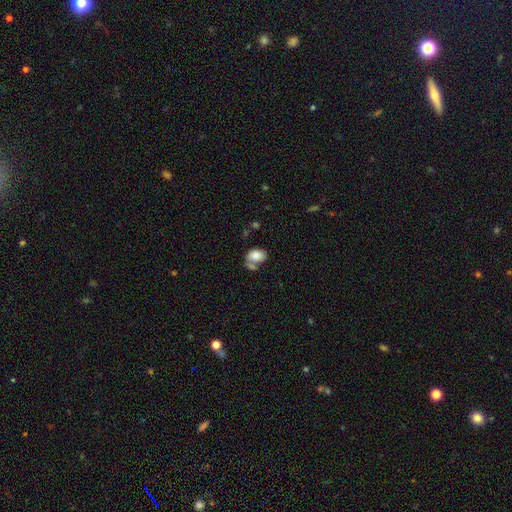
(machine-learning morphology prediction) Smooth or featured: smooth — 83% (featured or disk — 9%)
How rounded: in between — 85% (round — 14%)
Merging: none — 41% (merger — 34%)